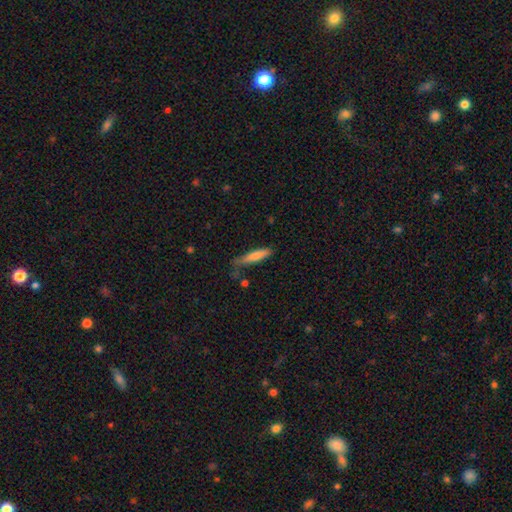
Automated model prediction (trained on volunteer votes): This is likely a smooth galaxy (76%). How rounded: clearly cigar-shaped (80%). Merging: likely none (63%).